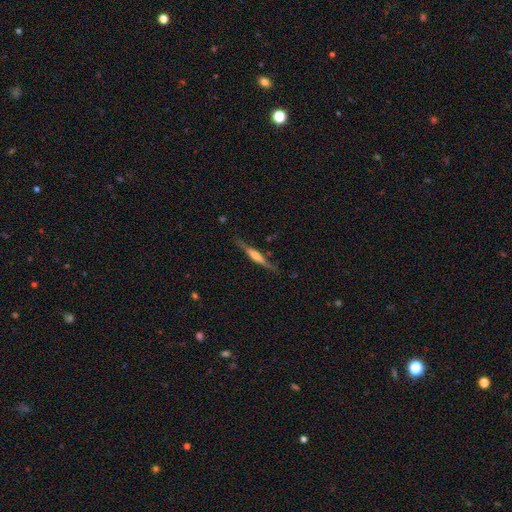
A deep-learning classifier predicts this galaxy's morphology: Smooth or featured? Predicted: featured or disk (p=0.65). Edge-on disk? Predicted: yes (p=0.96). Edge-on bulge? Predicted: rounded (p=0.53). Merging? Predicted: none (p=0.83).